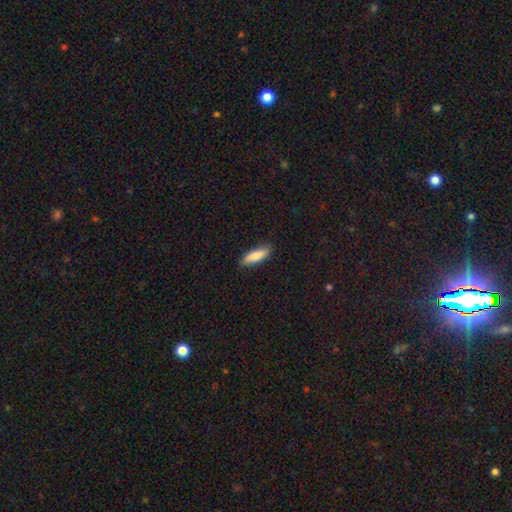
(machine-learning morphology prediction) Smooth or featured: smooth — 81% (featured or disk — 13%)
How rounded: cigar-shaped — 54% (in between — 44%)
Merging: none — 87% (minor disturbance — 10%)